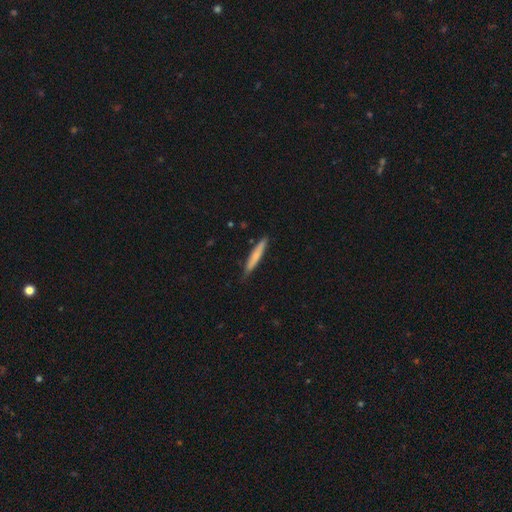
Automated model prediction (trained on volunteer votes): A smooth galaxy with no disk features (65%) that is cigar-shaped (94%).

Vote fractions:
- Smooth or featured? smooth: 65% / featured or disk: 30% / star or artifact: 6%
- How rounded? cigar-shaped: 94% / in between: 4% / round: 1%
- Merging? none: 83% / minor disturbance: 14% / major disturbance: 2% / merger: 1%